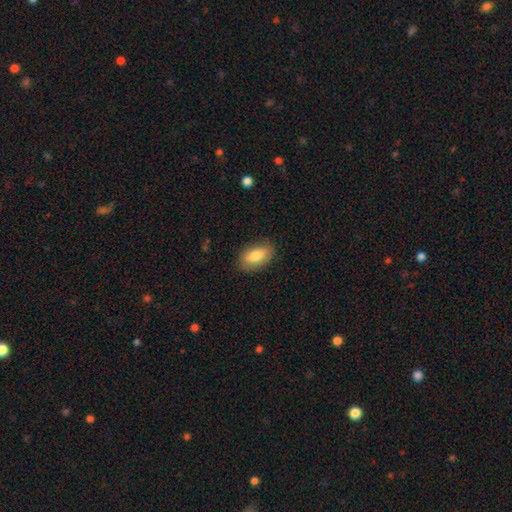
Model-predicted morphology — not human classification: Q: Smooth or featured?
A: smooth (80%); runner-up: featured or disk (13%)
Q: How rounded?
A: in between (91%); runner-up: round (6%)
Q: Merging?
A: none (84%); runner-up: minor disturbance (12%)